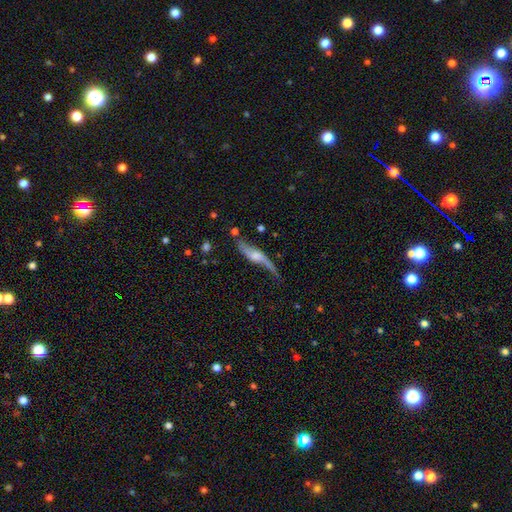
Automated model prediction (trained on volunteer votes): A featured or disk galaxy (79%) with no bar (56%), spiral arms (91%) and a moderate central bulge (40%).

Vote fractions:
- Smooth or featured? featured or disk: 79% / smooth: 15% / star or artifact: 6%
- Edge-on disk? no: 64% / yes: 36%
- Bar? no: 56% / weak: 32% / strong: 11%
- Spiral arms? yes: 91% / no: 9%
- Bulge size? moderate: 40% / small: 35% / none: 14% / large: 8% / dominant: 2%
- Merging? none: 56% / minor disturbance: 25% / major disturbance: 13% / merger: 6%